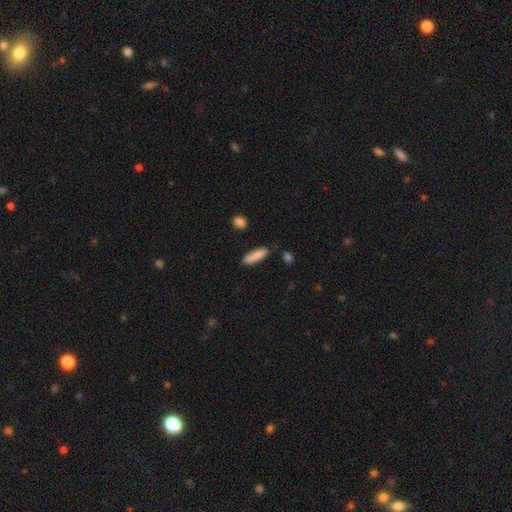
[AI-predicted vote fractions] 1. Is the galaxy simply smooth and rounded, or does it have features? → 87% smooth, 6% featured or disk, 6% star or artifact.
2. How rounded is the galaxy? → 65% cigar-shaped, 34% in between, 2% round.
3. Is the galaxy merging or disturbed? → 81% none, 13% minor disturbance, 3% merger, 3% major disturbance.